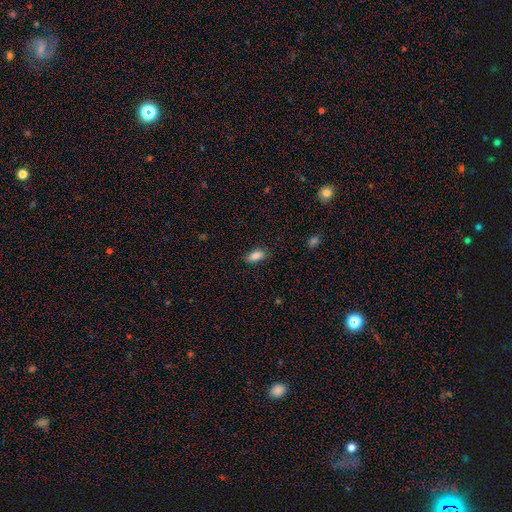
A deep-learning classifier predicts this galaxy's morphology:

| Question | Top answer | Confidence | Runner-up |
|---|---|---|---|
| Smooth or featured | smooth | 87% | star or artifact (8%) |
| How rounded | in between | 88% | cigar-shaped (8%) |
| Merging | none | 83% | minor disturbance (13%) |